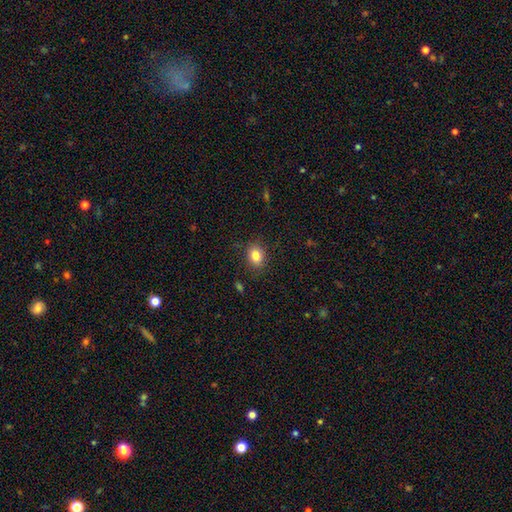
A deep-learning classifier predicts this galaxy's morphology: smooth-or-featured: smooth: 83% | star or artifact: 10% | featured or disk: 7%
  how-rounded: in between: 57% | round: 42% | cigar-shaped: 1%
  merging: none: 85% | minor disturbance: 11% | major disturbance: 3% | merger: 1%